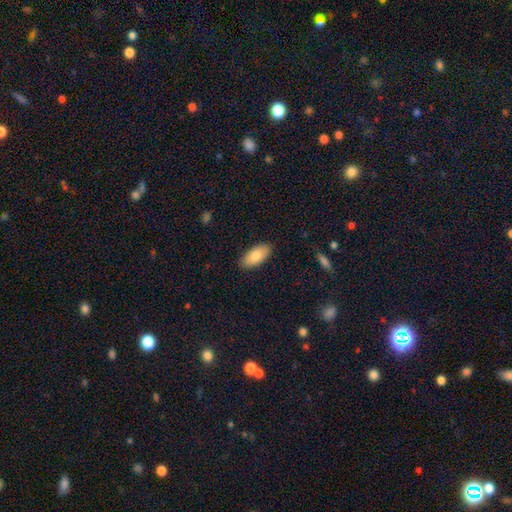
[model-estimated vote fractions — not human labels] smooth-or-featured: smooth: 84% | featured or disk: 10% | star or artifact: 6%
  how-rounded: in between: 92% | cigar-shaped: 6% | round: 2%
  merging: none: 88% | minor disturbance: 9% | major disturbance: 2% | merger: 1%